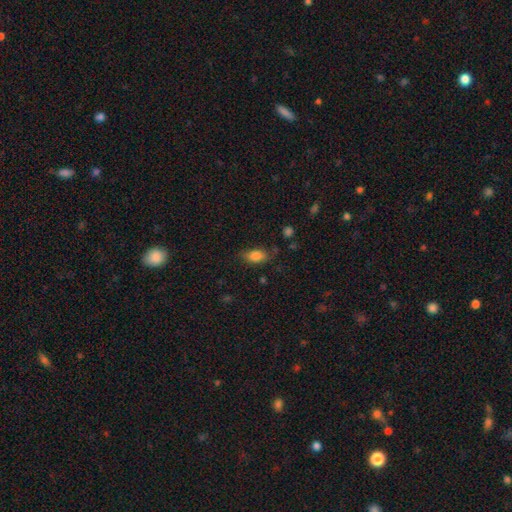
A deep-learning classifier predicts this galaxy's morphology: smooth_or_featured: smooth (p=0.83) [alt: star or artifact p=0.09]
how_rounded: in between (p=0.87) [alt: round p=0.07]
merging: none (p=0.71) [alt: minor disturbance p=0.21]